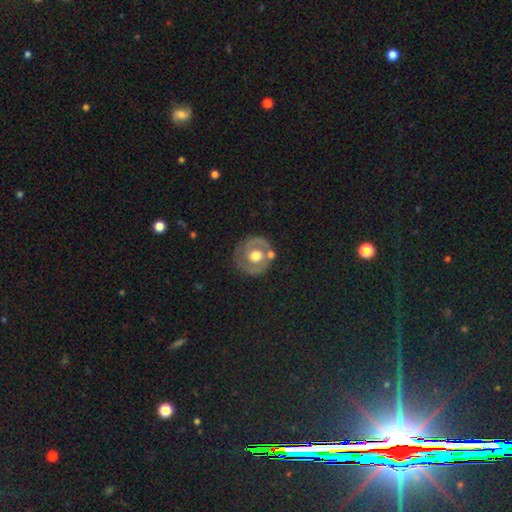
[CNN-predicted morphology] Q: Smooth or featured?
A: featured or disk (58%); runner-up: smooth (36%)
Q: Edge-on disk?
A: no (96%); runner-up: yes (4%)
Q: Bar?
A: no (75%); runner-up: weak (19%)
Q: Spiral arms?
A: no (60%); runner-up: yes (40%)
Q: Bulge size?
A: moderate (60%); runner-up: large (33%)
Q: Merging?
A: none (72%); runner-up: minor disturbance (15%)